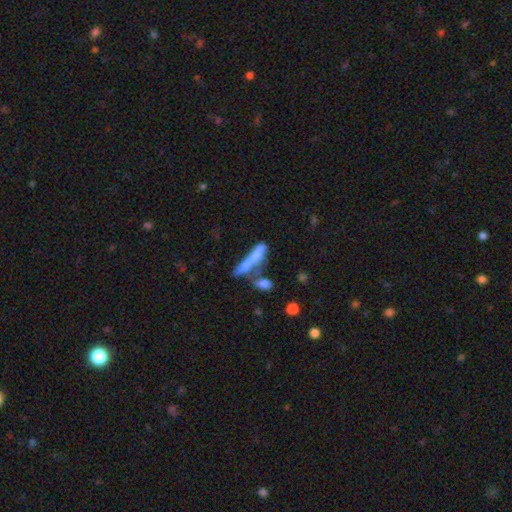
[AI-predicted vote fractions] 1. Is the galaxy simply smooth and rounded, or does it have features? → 59% smooth, 31% featured or disk, 10% star or artifact.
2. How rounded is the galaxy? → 70% cigar-shaped, 27% in between, 3% round.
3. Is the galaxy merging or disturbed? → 46% merger, 26% none, 14% major disturbance, 14% minor disturbance.